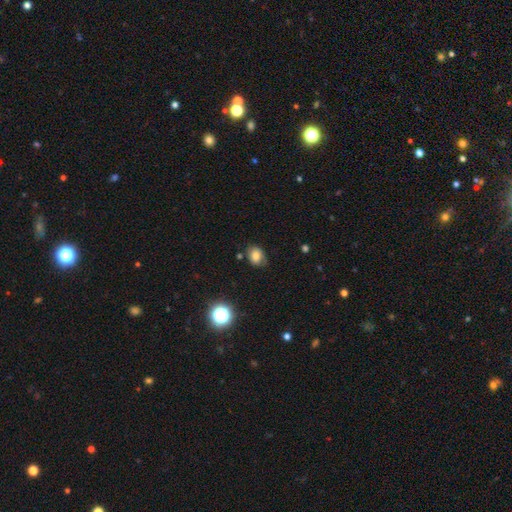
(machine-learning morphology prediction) A smooth galaxy with no disk features (76%) that is in between round and cigar-shaped (58%).

Vote fractions:
- Smooth or featured? smooth: 76% / star or artifact: 13% / featured or disk: 11%
- How rounded? in between: 58% / round: 41% / cigar-shaped: 1%
- Merging? none: 70% / minor disturbance: 22% / major disturbance: 5% / merger: 3%